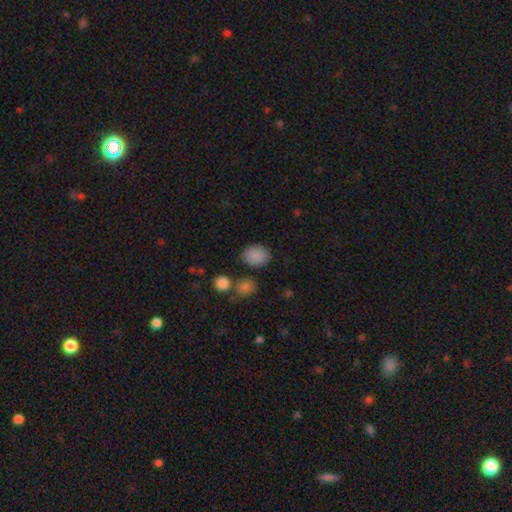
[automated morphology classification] smooth_or_featured: smooth (p=0.86) [alt: star or artifact p=0.09]
how_rounded: in between (p=0.54) [alt: round p=0.45]
merging: none (p=0.79) [alt: minor disturbance p=0.12]